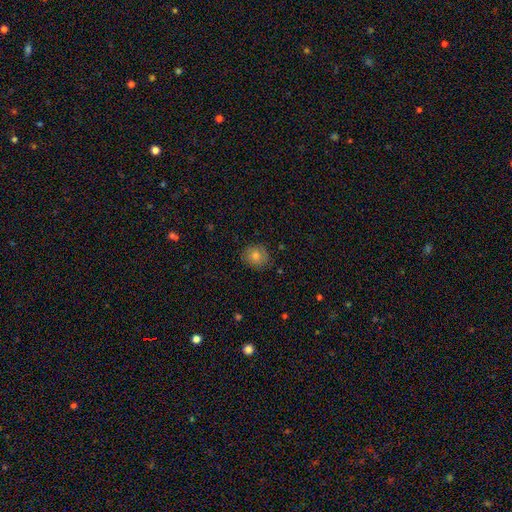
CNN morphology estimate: This is likely a smooth galaxy (69%). How rounded: clearly round (84%). Merging: clearly none (85%).